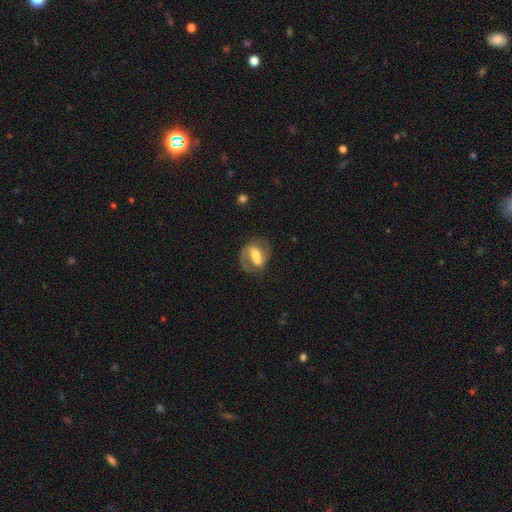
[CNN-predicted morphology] This appears to be a featured or disk galaxy (72%) with a strong bar (43%), 2 (64%) medium (48%) spiral arms (84%) and a moderate central bulge (53%). Merging: none (50%).